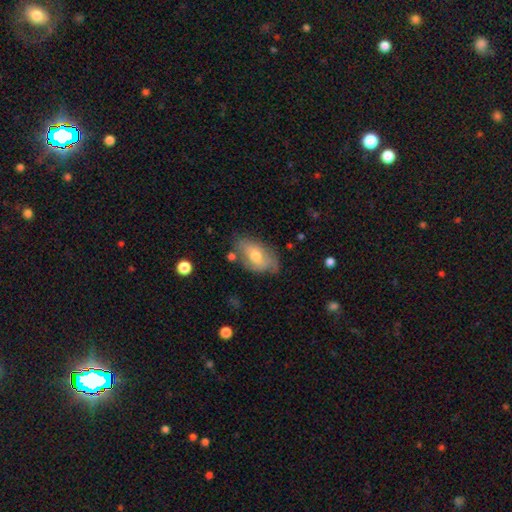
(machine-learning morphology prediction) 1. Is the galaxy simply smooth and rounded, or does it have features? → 61% smooth, 32% featured or disk, 7% star or artifact.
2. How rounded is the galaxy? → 91% in between, 6% round, 3% cigar-shaped.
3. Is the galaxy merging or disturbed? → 63% none, 26% minor disturbance, 7% major disturbance, 4% merger.